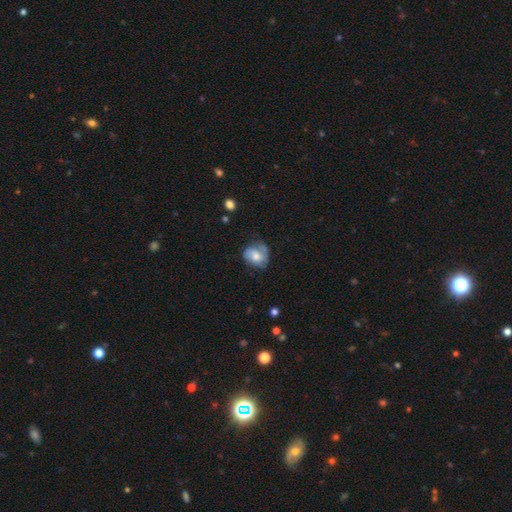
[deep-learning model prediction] smooth_or_featured: featured or disk (p=0.52) [alt: smooth p=0.41]
disk_edge_on: no (p=0.97) [alt: yes p=0.03]
bar: no (p=0.67) [alt: weak p=0.27]
has_spiral_arms: yes (p=0.80) [alt: no p=0.20]
bulge_size: moderate (p=0.53) [alt: small p=0.21]
merging: none (p=0.51) [alt: minor disturbance p=0.29]